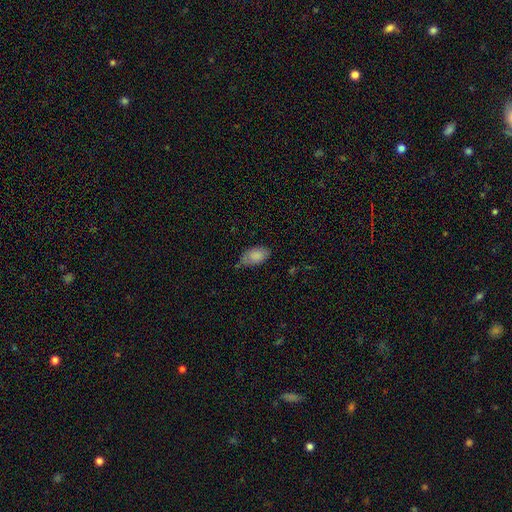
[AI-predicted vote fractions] Smooth or featured? smooth (84%)
How rounded? in between (94%)
Merging? none (65%)